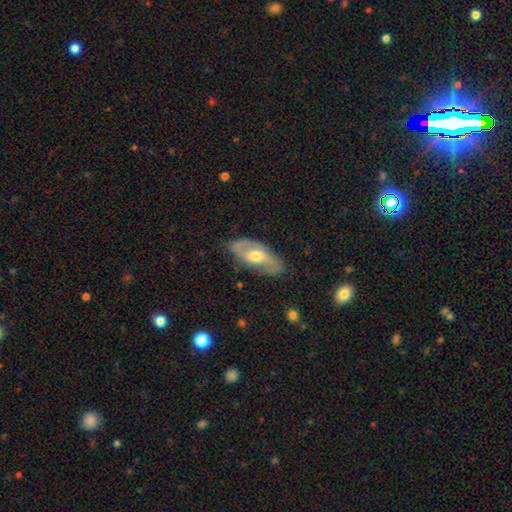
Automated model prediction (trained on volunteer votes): Smooth or featured: featured or disk — 67% (smooth — 28%)
Edge-on disk: no — 87% (yes — 13%)
Bar: weak — 42% (no — 41%)
Spiral arms: yes — 75% (no — 25%)
Bulge size: moderate — 70% (small — 20%)
Merging: none — 78% (minor disturbance — 16%)